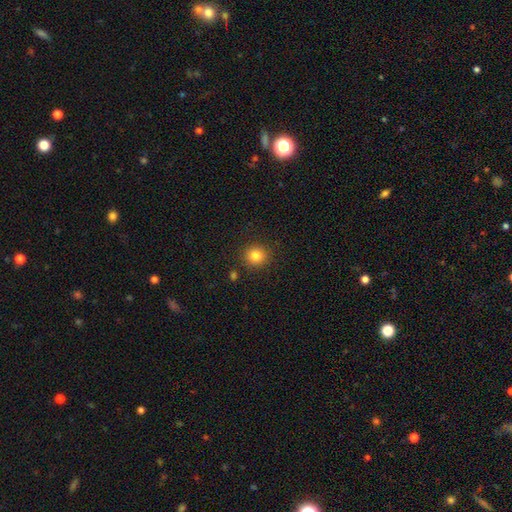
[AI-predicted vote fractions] smooth-or-featured: smooth: 84% | star or artifact: 11% | featured or disk: 5%
  how-rounded: round: 88% | in between: 11% | cigar-shaped: 1%
  merging: none: 88% | minor disturbance: 7% | major disturbance: 2% | merger: 2%